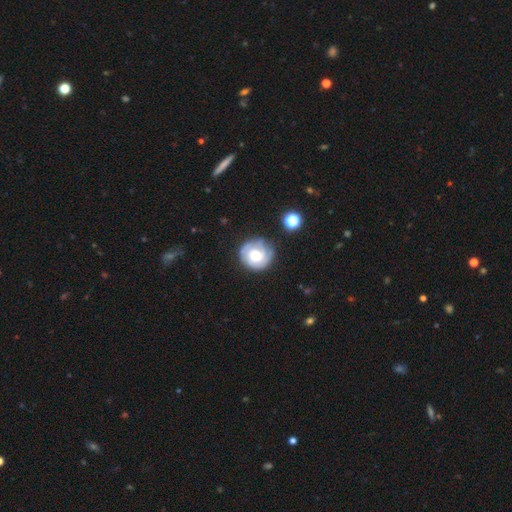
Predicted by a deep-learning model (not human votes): A featured or disk galaxy (63%) with no bar (77%), tight (68%) spiral arms (85%) and a moderate central bulge (59%). Merging: none (74%).